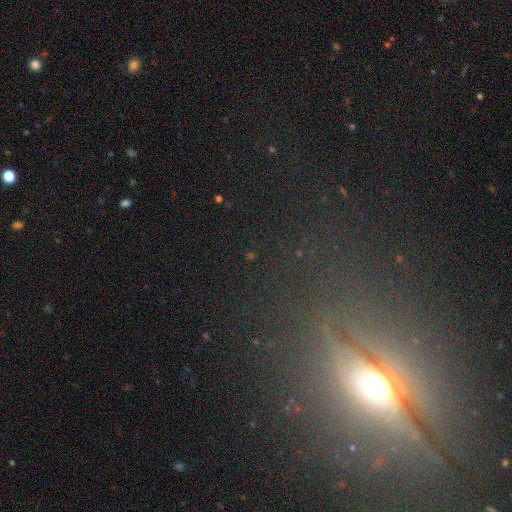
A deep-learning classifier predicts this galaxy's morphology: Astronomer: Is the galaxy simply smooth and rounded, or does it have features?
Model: star or artifact — 54%.